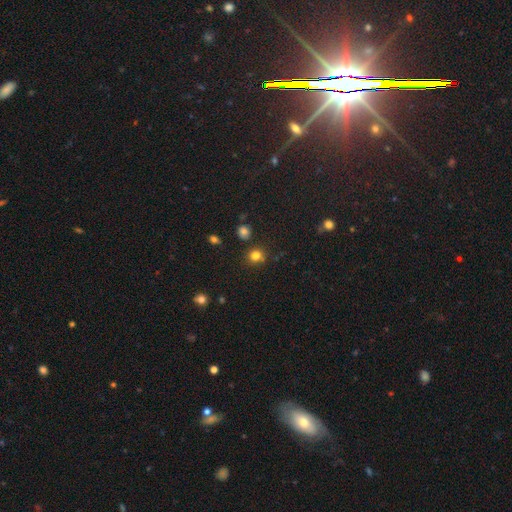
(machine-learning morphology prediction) Smooth or featured? Predicted: smooth (p=0.79). How rounded? Predicted: round (p=0.85). Merging? Predicted: none (p=0.80).